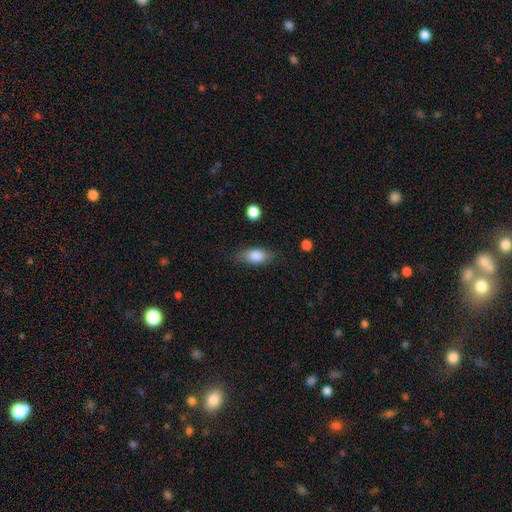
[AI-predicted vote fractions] Smooth or featured: smooth — 83% (featured or disk — 10%)
How rounded: in between — 84% (cigar-shaped — 10%)
Merging: none — 75% (minor disturbance — 18%)